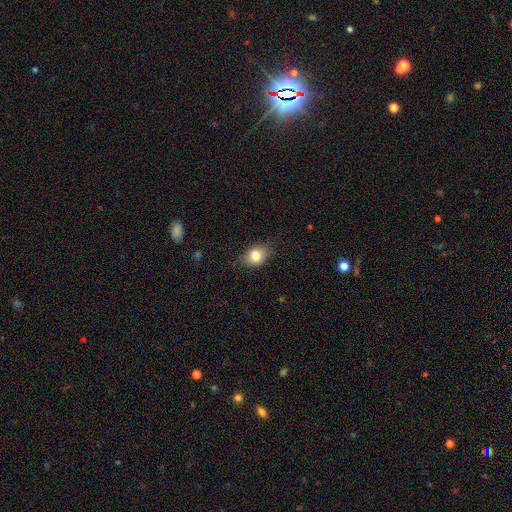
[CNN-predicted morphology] smooth 80%, featured or disk 11%, star or artifact 10%. Down the decision tree: how rounded — in between (60%); merging — none (79%).